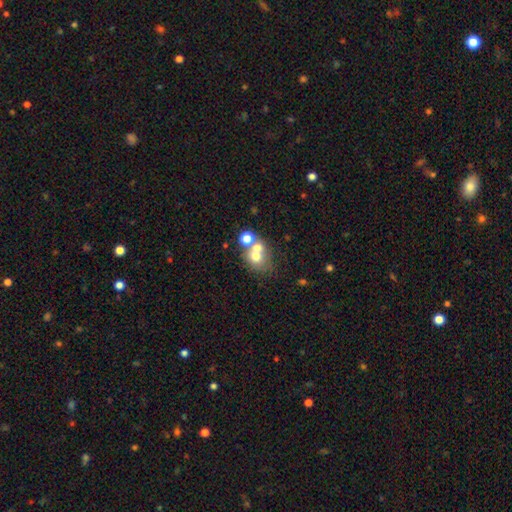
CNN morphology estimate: Smooth or featured?
  - smooth: 61% *
  - featured or disk: 24%
  - star or artifact: 15%
How rounded?
  - round: 66% *
  - in between: 33%
  - cigar-shaped: 1%
Merging?
  - merger: 50% *
  - none: 37%
  - minor disturbance: 8%
  - major disturbance: 5%